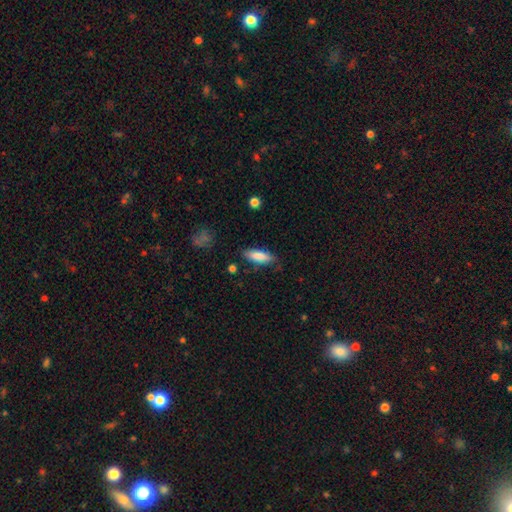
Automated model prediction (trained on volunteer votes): smooth-or-featured: smooth: 83% | featured or disk: 11% | star or artifact: 6%
  how-rounded: in between: 56% | cigar-shaped: 42% | round: 2%
  merging: none: 79% | minor disturbance: 15% | major disturbance: 3% | merger: 2%